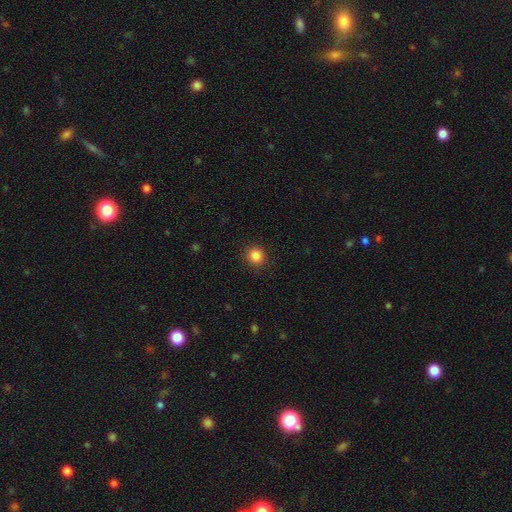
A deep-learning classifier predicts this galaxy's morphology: This is clearly a smooth galaxy (86%). How rounded: clearly round (87%). Merging: clearly none (90%).